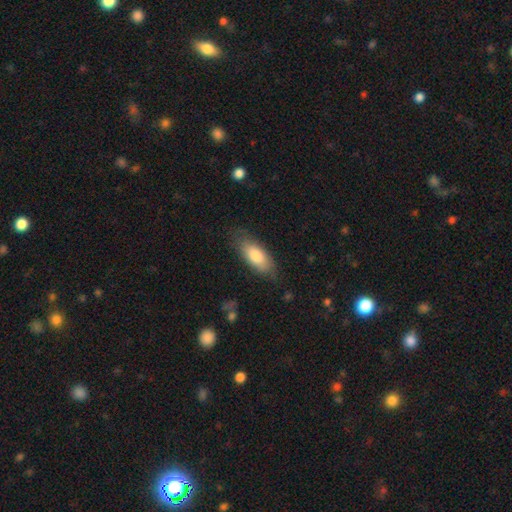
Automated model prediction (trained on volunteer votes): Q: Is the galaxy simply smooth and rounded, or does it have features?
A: smooth — 78%.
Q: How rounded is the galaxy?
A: in between — 78%.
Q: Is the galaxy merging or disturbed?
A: none — 76%.